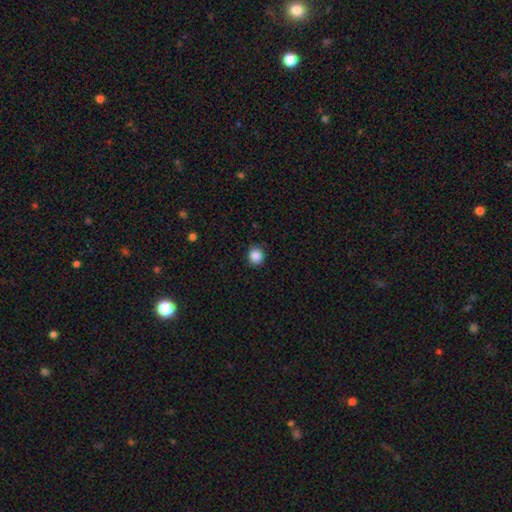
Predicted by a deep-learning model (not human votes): Q: Smooth or featured?
A: smooth (87%); runner-up: star or artifact (10%)
Q: How rounded?
A: round (87%); runner-up: in between (12%)
Q: Merging?
A: none (89%); runner-up: minor disturbance (8%)